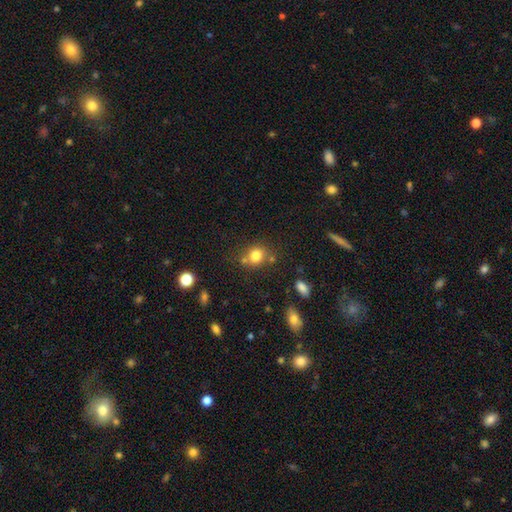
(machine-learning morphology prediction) The model was most divided on "how rounded": round: 73%, in between: 26%, cigar-shaped: 1%. More confident: smooth or featured — smooth (79%); merging — none (66%).